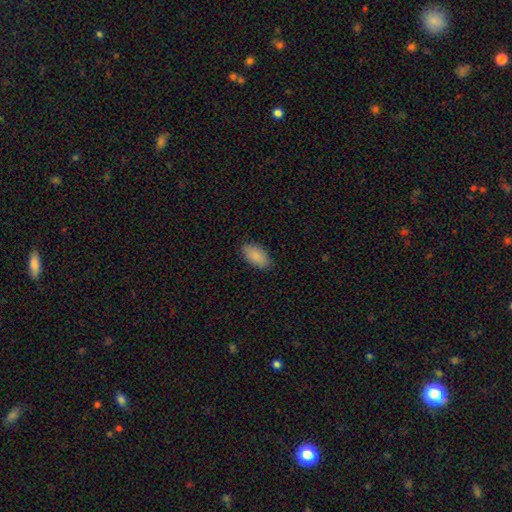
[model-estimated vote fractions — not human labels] Smooth or featured? smooth (89%)
How rounded? in between (94%)
Merging? none (87%)